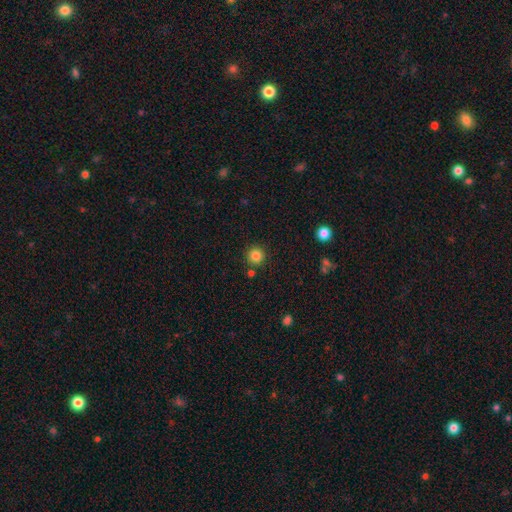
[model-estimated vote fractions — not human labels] Smooth or featured? smooth (85%)
How rounded? round (95%)
Merging? none (85%)